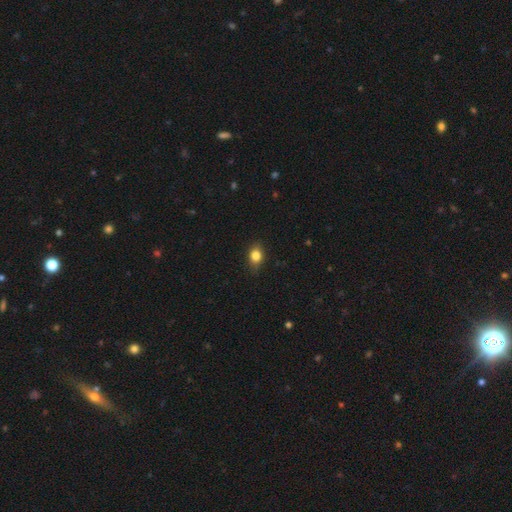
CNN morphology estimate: Q: Smooth or featured?
A: smooth (82%); runner-up: star or artifact (10%)
Q: How rounded?
A: in between (55%); runner-up: round (43%)
Q: Merging?
A: none (80%); runner-up: minor disturbance (16%)